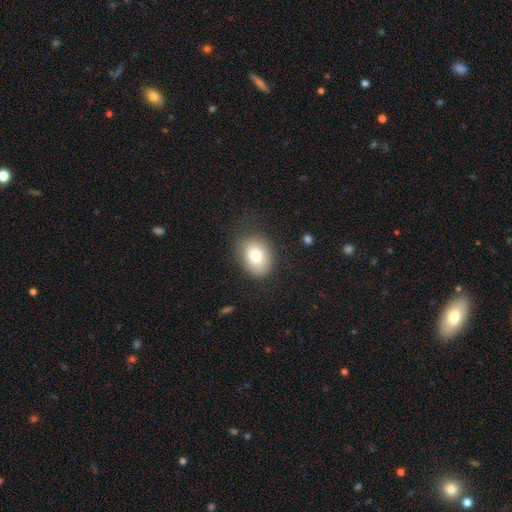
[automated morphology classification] A smooth galaxy with no disk features (77%) that is in between round and cigar-shaped (61%).

Vote fractions:
- Smooth or featured? smooth: 77% / featured or disk: 14% / star or artifact: 10%
- How rounded? in between: 61% / round: 38% / cigar-shaped: 1%
- Merging? none: 77% / minor disturbance: 15% / major disturbance: 6% / merger: 1%